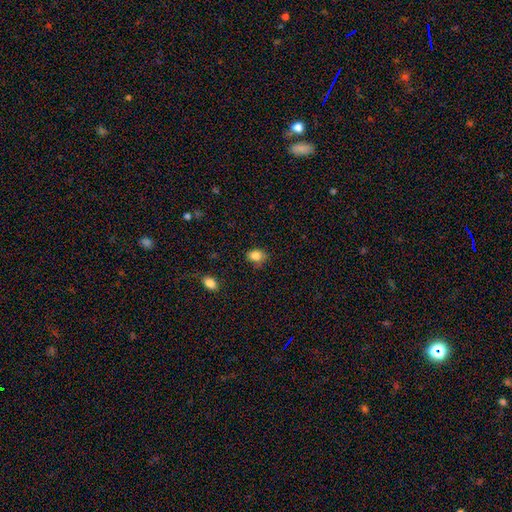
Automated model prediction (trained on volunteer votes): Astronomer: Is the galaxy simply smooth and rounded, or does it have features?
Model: smooth — 84%.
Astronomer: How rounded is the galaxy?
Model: in between — 60% (runner-up: round, 39%).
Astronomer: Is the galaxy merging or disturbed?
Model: none — 70%.